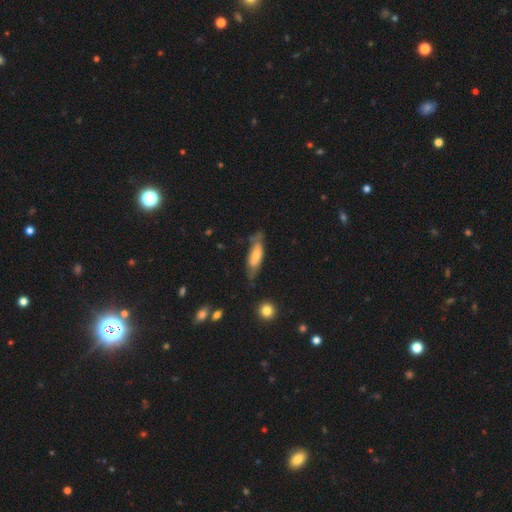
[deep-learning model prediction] Smooth or featured: smooth — 60% (featured or disk — 34%)
How rounded: in between — 54% (cigar-shaped — 44%)
Merging: none — 57% (minor disturbance — 29%)